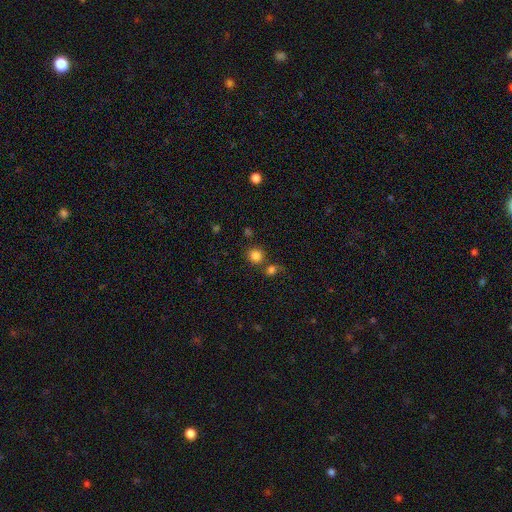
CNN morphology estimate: type=smooth (82%); roundness=round (89%); merging=none (69%).